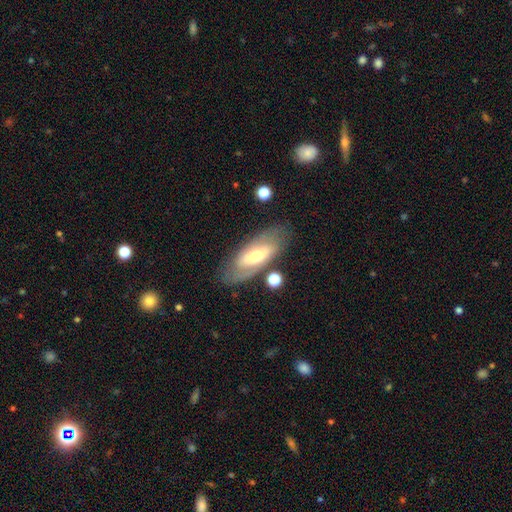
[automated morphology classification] The model was most divided on "bar": no: 40%, weak: 32%, strong: 28%. More confident: edge-on disk — no (83%); merging — none (78%); spiral arms — yes (65%); smooth or featured — featured or disk (64%); bulge size — moderate (55%).